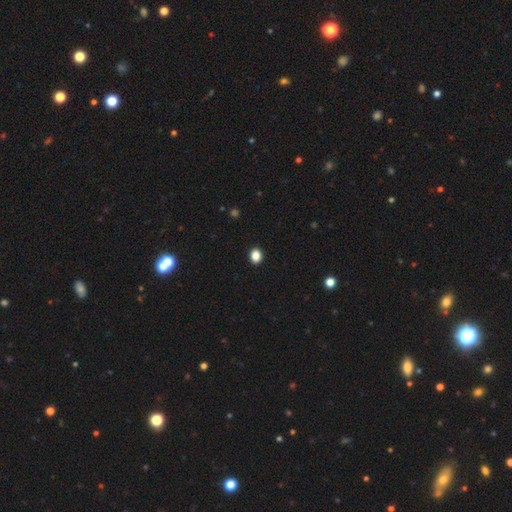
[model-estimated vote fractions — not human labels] A smooth galaxy with no disk features (86%) that is in between round and cigar-shaped (52%).

Vote fractions:
- Smooth or featured? smooth: 86% / star or artifact: 10% / featured or disk: 3%
- How rounded? in between: 52% / round: 47% / cigar-shaped: 1%
- Merging? none: 92% / minor disturbance: 6% / major disturbance: 2% / merger: 1%